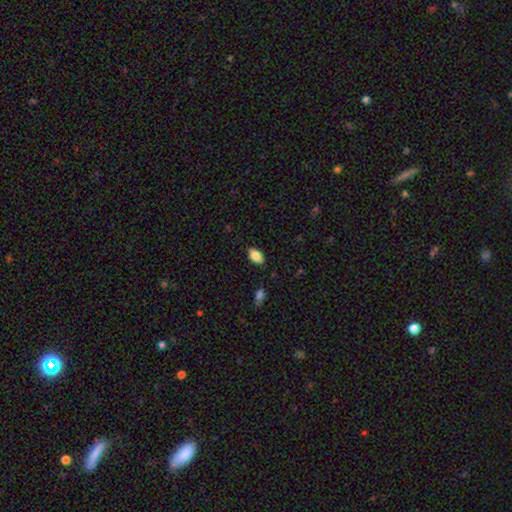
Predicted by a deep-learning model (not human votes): smooth-or-featured: smooth: 84% | featured or disk: 9% | star or artifact: 8%
  how-rounded: in between: 92% | round: 4% | cigar-shaped: 4%
  merging: none: 85% | minor disturbance: 11% | major disturbance: 2% | merger: 1%